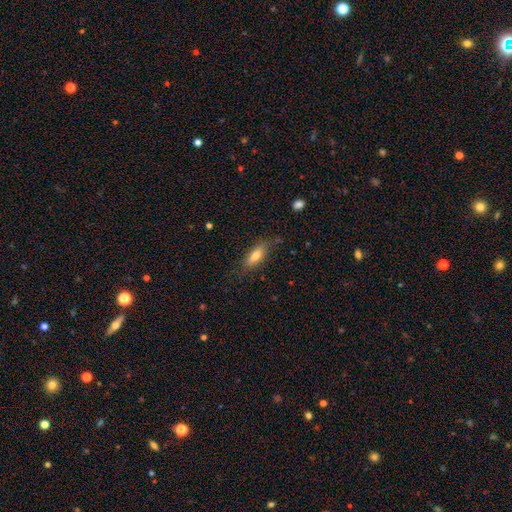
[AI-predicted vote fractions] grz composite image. It shows a smooth galaxy with no disk features (72%) that is in between round and cigar-shaped (63%). Merging: none (74%).